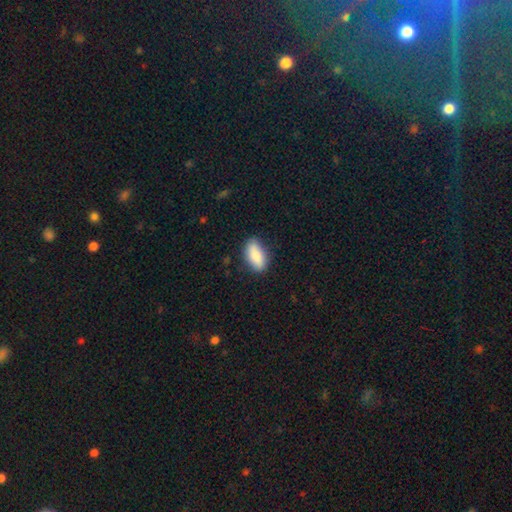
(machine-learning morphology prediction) smooth_or_featured: smooth (p=0.85) [alt: featured or disk p=0.09]
how_rounded: in between (p=0.86) [alt: cigar-shaped p=0.11]
merging: none (p=0.81) [alt: minor disturbance p=0.14]